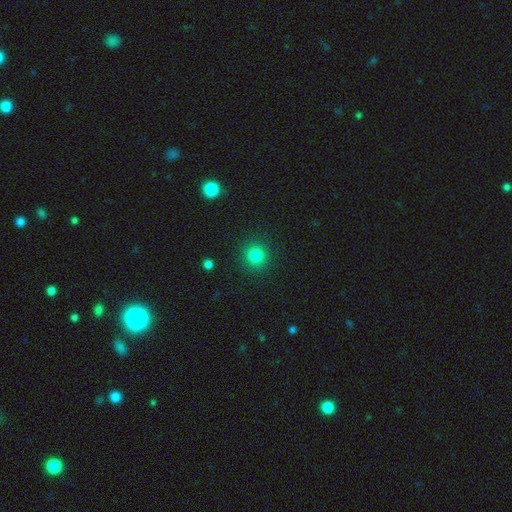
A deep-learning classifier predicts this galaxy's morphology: smooth_or_featured: smooth (p=0.82) [alt: star or artifact p=0.13]
how_rounded: round (p=0.93) [alt: in between p=0.06]
merging: none (p=0.90) [alt: minor disturbance p=0.06]